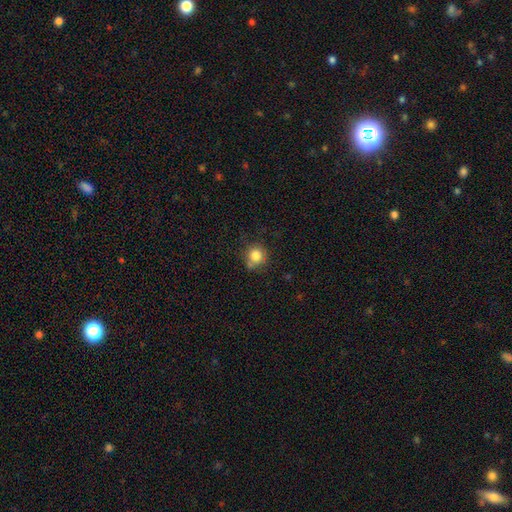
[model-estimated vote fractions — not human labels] Smooth or featured? Predicted: smooth (p=0.82). How rounded? Predicted: round (p=0.88). Merging? Predicted: none (p=0.66).